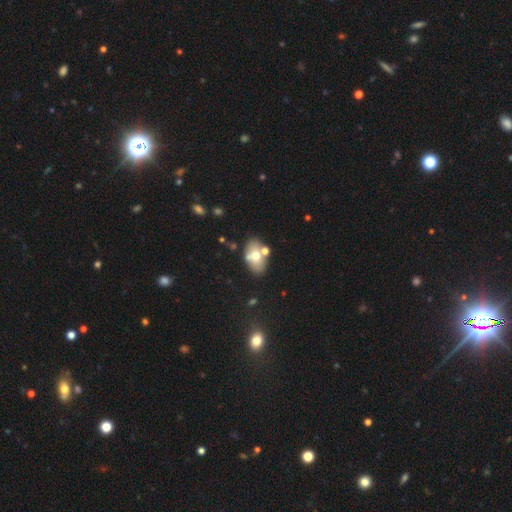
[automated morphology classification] Smooth or featured: smooth — 58% (featured or disk — 32%)
How rounded: in between — 84% (round — 14%)
Merging: none — 64% (merger — 18%)